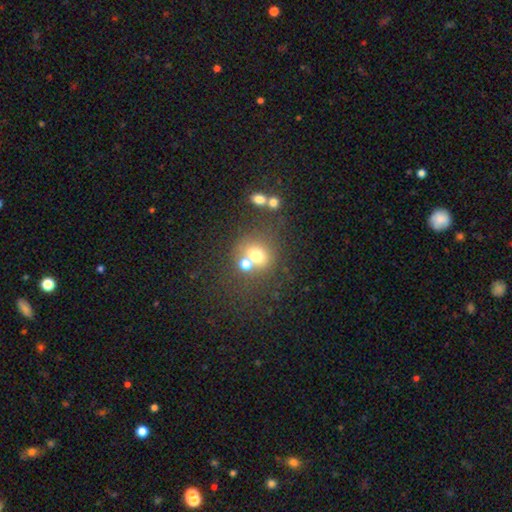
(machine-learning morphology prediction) A smooth galaxy with no disk features (67%) that is round (75%). Merging: none (47%).